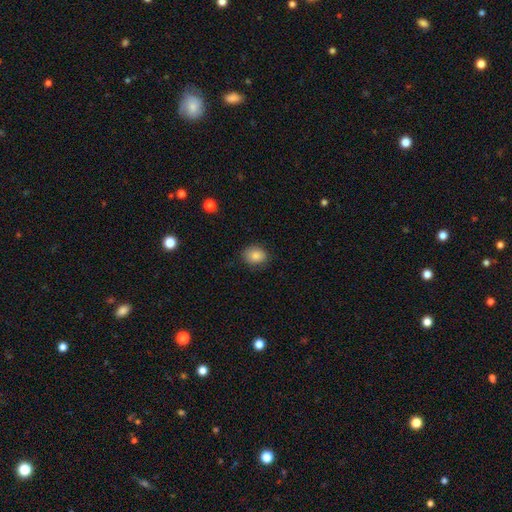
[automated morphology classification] Smooth or featured? smooth (84%)
How rounded? in between (52%)
Merging? none (82%)